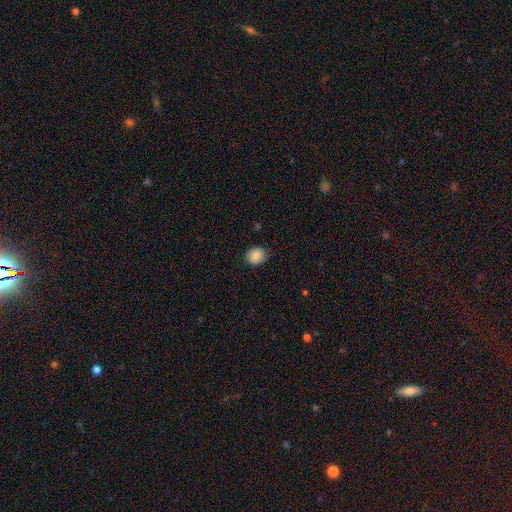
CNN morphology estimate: Q: Smooth or featured?
A: smooth (86%); runner-up: star or artifact (8%)
Q: How rounded?
A: round (71%); runner-up: in between (28%)
Q: Merging?
A: none (85%); runner-up: minor disturbance (11%)